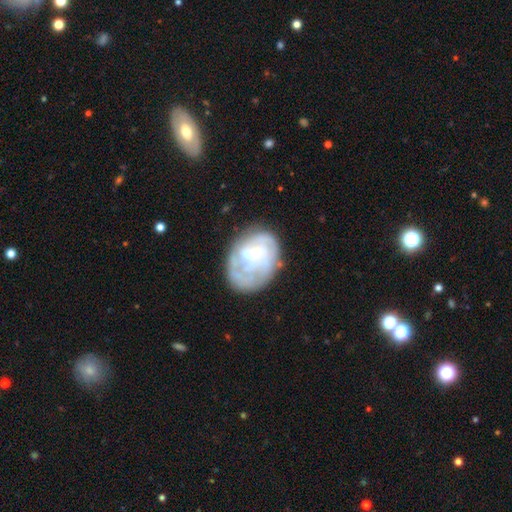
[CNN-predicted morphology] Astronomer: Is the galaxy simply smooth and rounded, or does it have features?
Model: featured or disk — 68%.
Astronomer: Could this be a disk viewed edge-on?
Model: no — 98%.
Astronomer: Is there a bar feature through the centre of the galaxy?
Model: no — 54% (runner-up: weak, 37%).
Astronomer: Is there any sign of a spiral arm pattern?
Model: yes — 68%.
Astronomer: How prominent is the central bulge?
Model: small — 46% (runner-up: moderate, 25%).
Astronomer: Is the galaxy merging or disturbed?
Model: none — 58%.